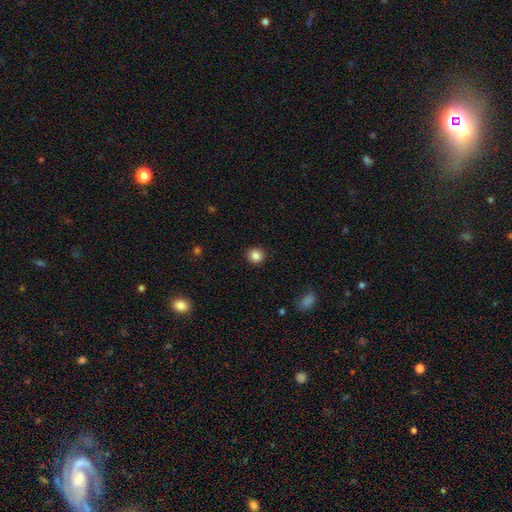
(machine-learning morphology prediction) smooth-or-featured: smooth: 86% | star or artifact: 10% | featured or disk: 4%
  how-rounded: round: 89% | in between: 10% | cigar-shaped: 1%
  merging: none: 92% | minor disturbance: 5% | major disturbance: 2% | merger: 1%